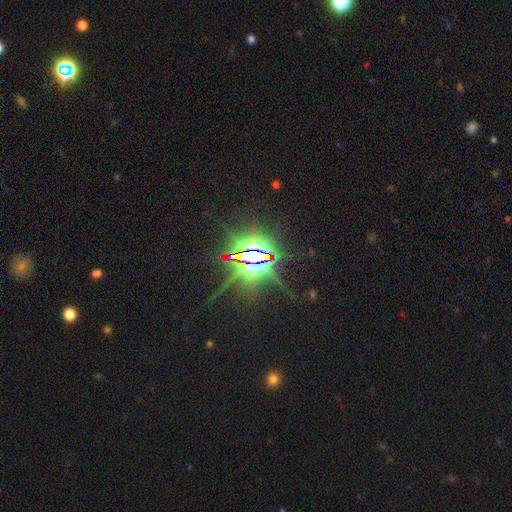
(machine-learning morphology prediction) smooth_or_featured: star or artifact (p=0.84) [alt: featured or disk p=0.10]